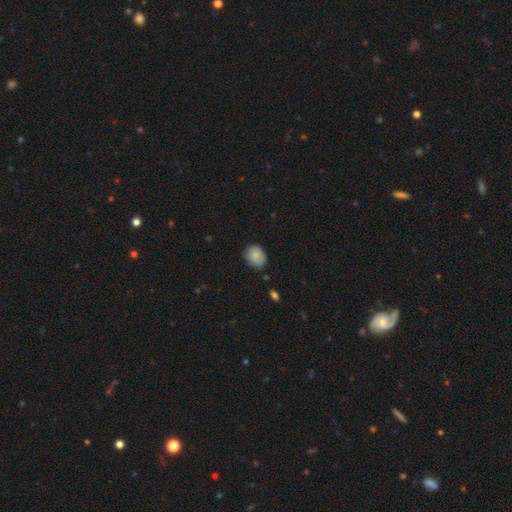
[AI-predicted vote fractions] Morphology: type=smooth (85%); roundness=in between (51%); merging=none (76%).